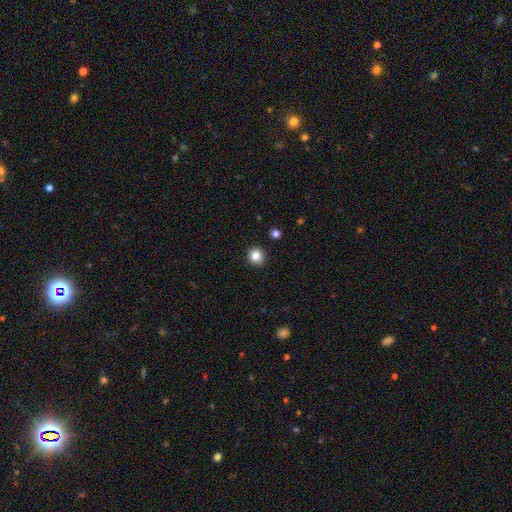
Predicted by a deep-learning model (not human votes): smooth_or_featured: smooth (p=0.84) [alt: star or artifact p=0.11]
how_rounded: round (p=0.90) [alt: in between p=0.09]
merging: none (p=0.90) [alt: minor disturbance p=0.07]